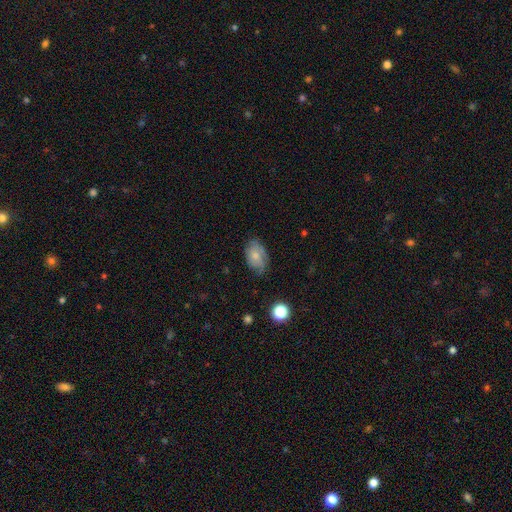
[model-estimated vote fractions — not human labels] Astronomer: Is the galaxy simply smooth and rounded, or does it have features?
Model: smooth — 58%.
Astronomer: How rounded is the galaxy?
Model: in between — 85%.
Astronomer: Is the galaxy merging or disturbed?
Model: none — 60%.